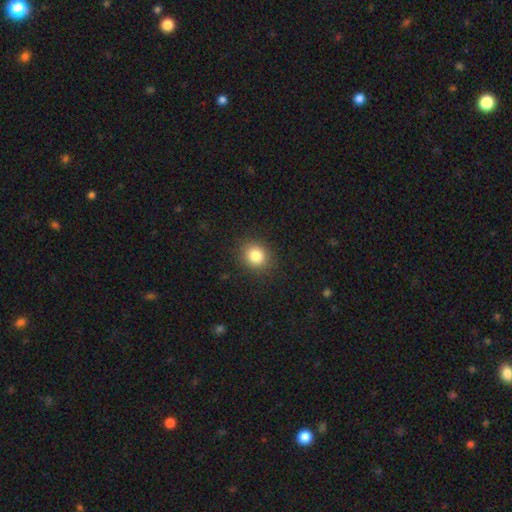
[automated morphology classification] This is clearly a smooth galaxy (83%). How rounded: likely round (77%). Merging: clearly none (89%).